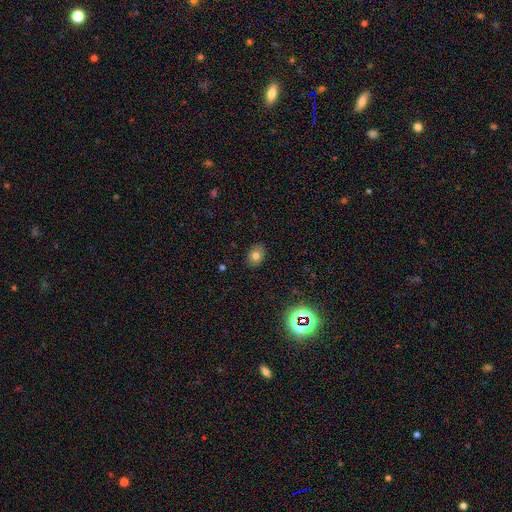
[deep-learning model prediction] smooth_or_featured: smooth (p=0.73) [alt: star or artifact p=0.14]
how_rounded: in between (p=0.64) [alt: round p=0.35]
merging: none (p=0.87) [alt: minor disturbance p=0.10]